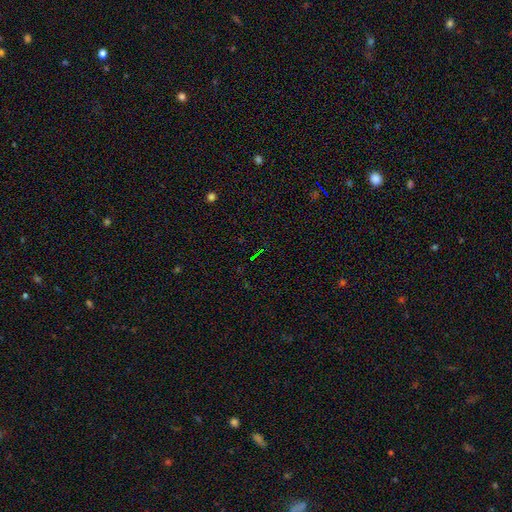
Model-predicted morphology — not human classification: smooth_or_featured: star or artifact (p=0.74) [alt: smooth p=0.15]